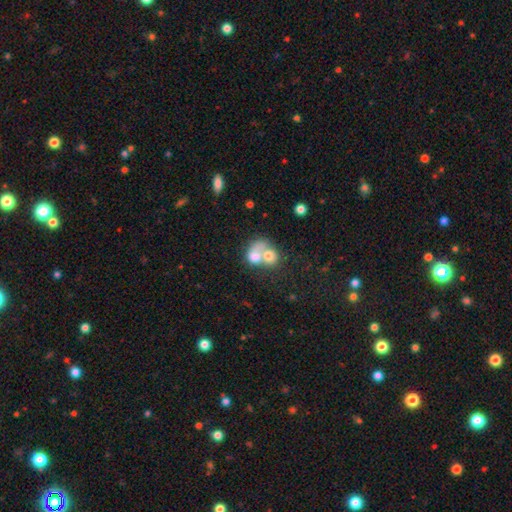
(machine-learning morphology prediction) type=smooth (61%); roundness=round (53%); merging=merger (75%).